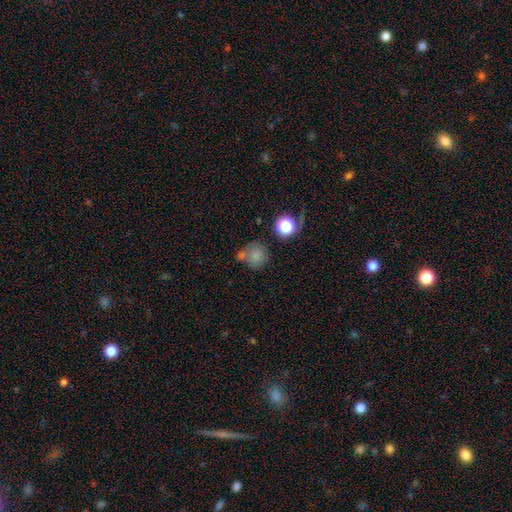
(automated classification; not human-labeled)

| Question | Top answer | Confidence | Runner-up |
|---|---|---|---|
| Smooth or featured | smooth | 76% | star or artifact (13%) |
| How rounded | round | 86% | in between (13%) |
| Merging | none | 50% | merger (29%) |